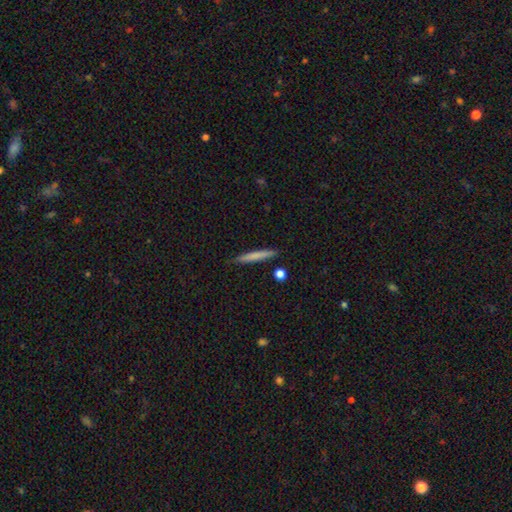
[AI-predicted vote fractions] smooth_or_featured: smooth (p=0.72) [alt: featured or disk p=0.22]
how_rounded: cigar-shaped (p=0.95) [alt: in between p=0.03]
merging: none (p=0.88) [alt: minor disturbance p=0.08]